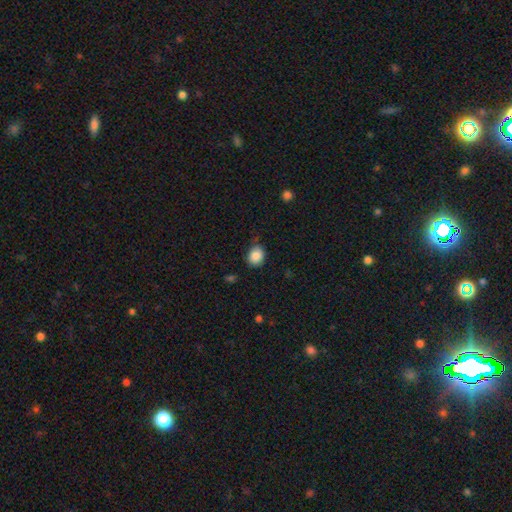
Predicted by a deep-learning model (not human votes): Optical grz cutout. It shows a smooth galaxy with no disk features (86%) that is round (63%). Merging: none (73%).